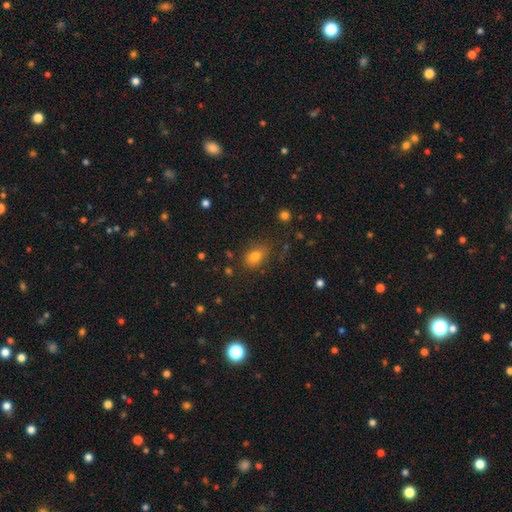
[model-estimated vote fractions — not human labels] A smooth galaxy with no disk features (78%) that is in between round and cigar-shaped (76%). Merging: none (74%).